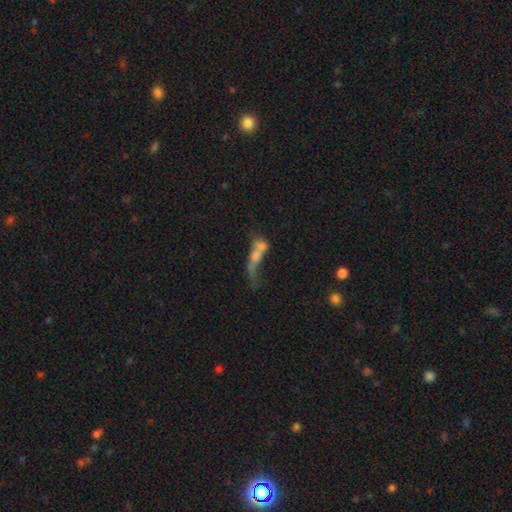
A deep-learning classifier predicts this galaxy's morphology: The model was most divided on "smooth or featured": smooth: 45%, featured or disk: 40%, star or artifact: 15%. More confident: merging — merger (59%).